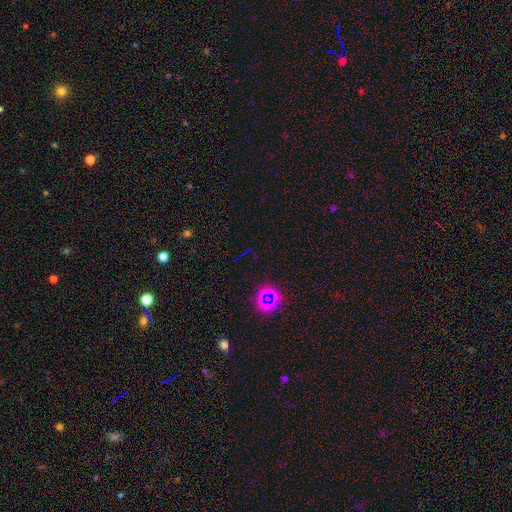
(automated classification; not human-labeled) A star or artifact, not a galaxy (73%).